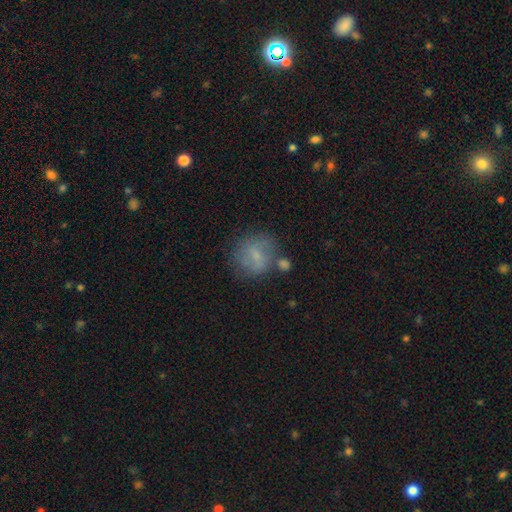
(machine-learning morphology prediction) smooth 55%, featured or disk 35%, star or artifact 10%. Down the decision tree: how rounded — round (80%); merging — none (60%).